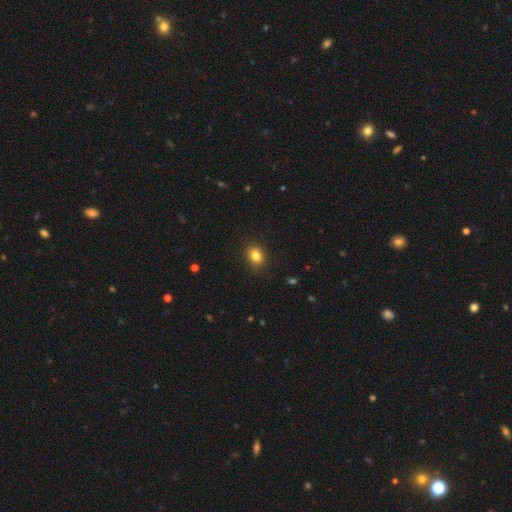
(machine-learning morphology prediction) Smooth or featured?
  - smooth: 83% *
  - star or artifact: 11%
  - featured or disk: 6%
How rounded?
  - in between: 52% *
  - round: 47%
  - cigar-shaped: 1%
Merging?
  - none: 89% *
  - minor disturbance: 8%
  - major disturbance: 2%
  - merger: 1%